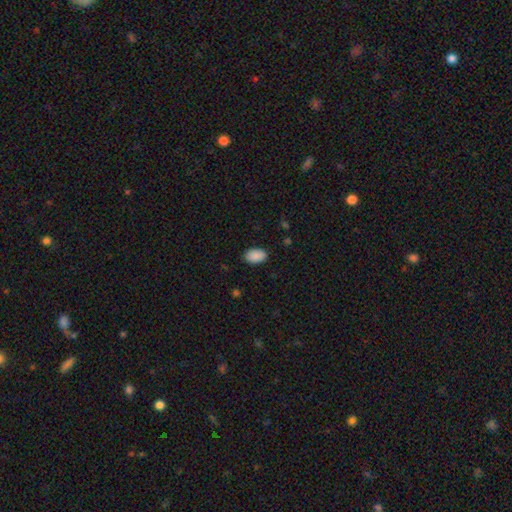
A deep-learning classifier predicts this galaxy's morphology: Smooth or featured?
  - smooth: 90% *
  - star or artifact: 7%
  - featured or disk: 3%
How rounded?
  - in between: 92% *
  - round: 7%
  - cigar-shaped: 1%
Merging?
  - none: 87% *
  - minor disturbance: 10%
  - major disturbance: 2%
  - merger: 1%